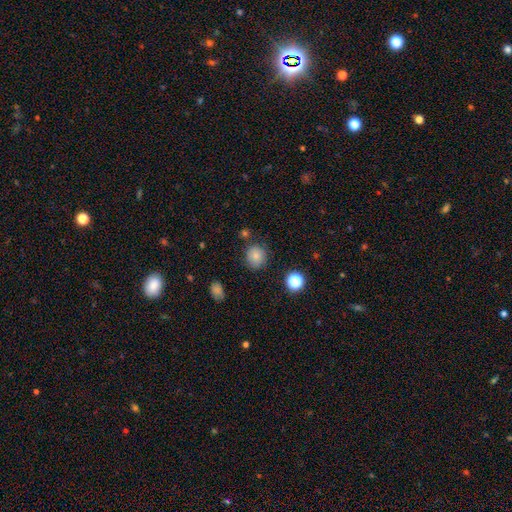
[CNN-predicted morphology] type=smooth (80%); roundness=round (83%); merging=none (78%).